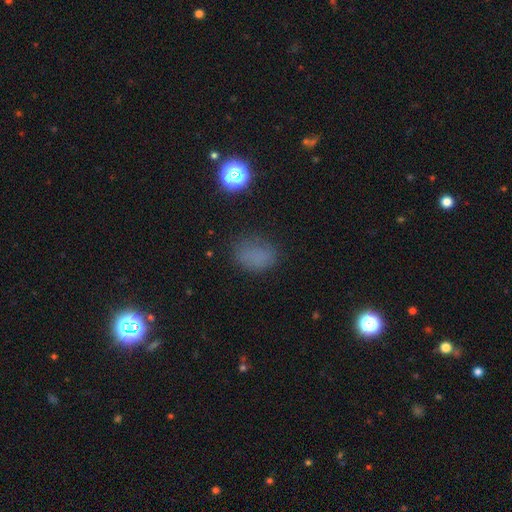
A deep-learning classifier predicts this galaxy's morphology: Smooth or featured: smooth — 68% (star or artifact — 23%)
How rounded: in between — 62% (round — 37%)
Merging: none — 71% (minor disturbance — 19%)